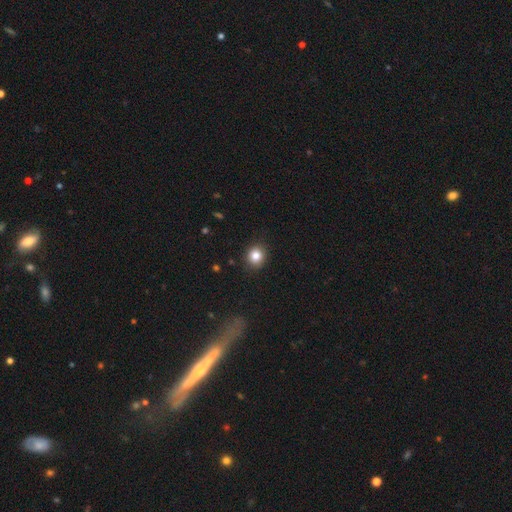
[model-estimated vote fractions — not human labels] The model was most divided on "how rounded": round: 80%, in between: 19%, cigar-shaped: 1%. More confident: merging — none (89%); smooth or featured — smooth (83%).